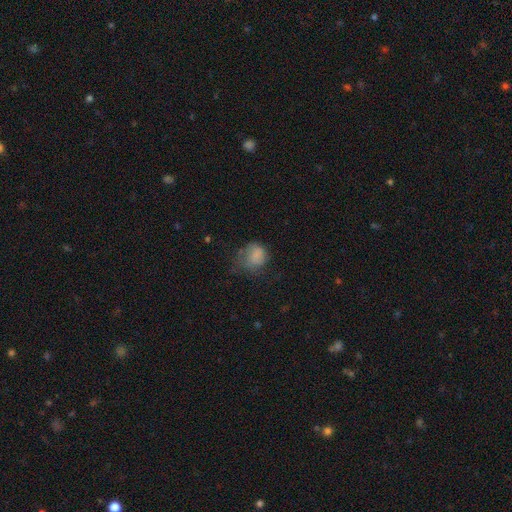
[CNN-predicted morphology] smooth-or-featured: smooth: 73% | featured or disk: 16% | star or artifact: 12%
  how-rounded: round: 60% | in between: 39% | cigar-shaped: 1%
  merging: none: 34% (tied) | major disturbance: 34% (tied) | minor disturbance: 30% | merger: 3%